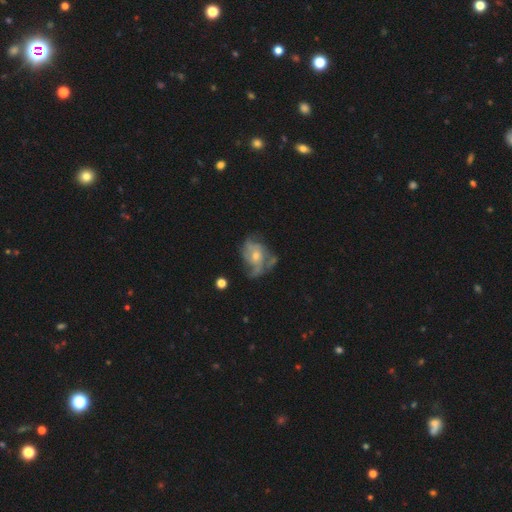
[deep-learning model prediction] The model was most divided on "spiral arm count": 3: 30%, can't tell: 29%, 2: 22%, 4: 9%, 1: 6%, more than 4: 4%. Remaining: edge-on disk — no (97%); spiral arms — yes (83%); bar — no (74%); smooth or featured — featured or disk (74%); bulge size — small (50%); merging — none (48%); spiral winding — medium (43%).